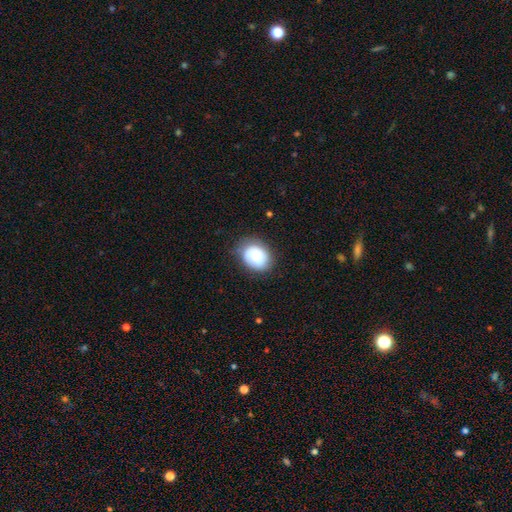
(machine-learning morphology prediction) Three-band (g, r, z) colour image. It shows a smooth galaxy with no disk features (69%) that is round (51%). Merging: none (71%).